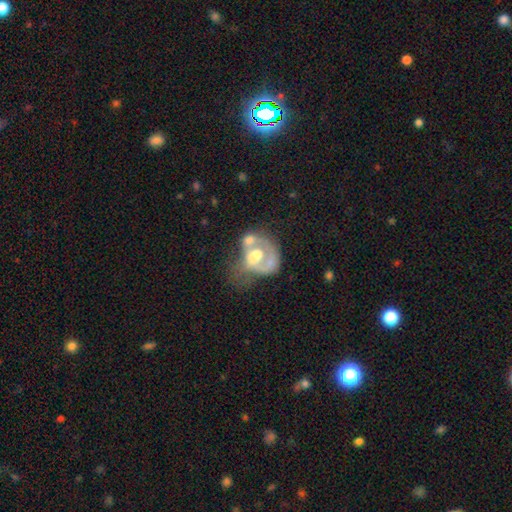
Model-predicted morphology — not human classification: This is likely a featured or disk galaxy (62%). It is clearly not viewed edge-on (97%). Bar: likely no (70%). Spiral arm pattern: possibly no (54%). Central bulge: possibly moderate (54%). Merging: marginally major disturbance (32%, tied with merger).